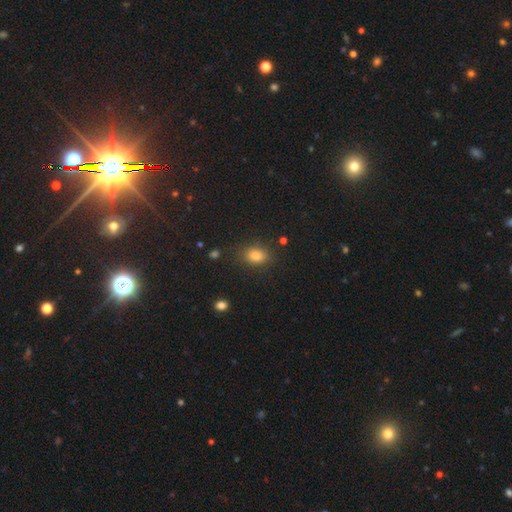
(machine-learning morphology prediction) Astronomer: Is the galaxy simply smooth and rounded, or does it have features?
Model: smooth — 80%.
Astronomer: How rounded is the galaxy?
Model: in between — 68%.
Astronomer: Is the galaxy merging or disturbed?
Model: none — 83%.